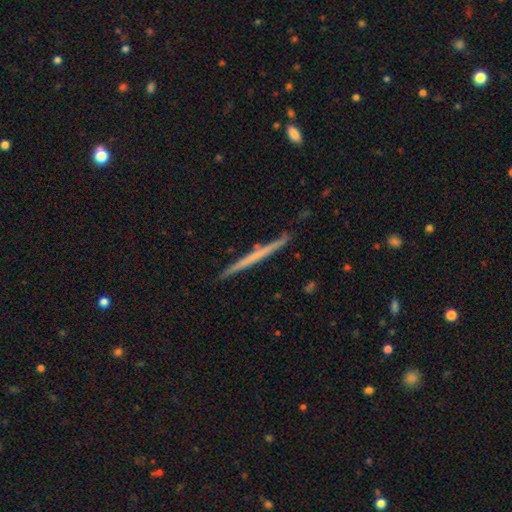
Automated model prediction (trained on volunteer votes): Smooth or featured: featured or disk — 55% (smooth — 39%)
Edge-on disk: yes — 98% (no — 2%)
Edge-on bulge: none — 89% (rounded — 7%)
Merging: none — 90% (minor disturbance — 7%)